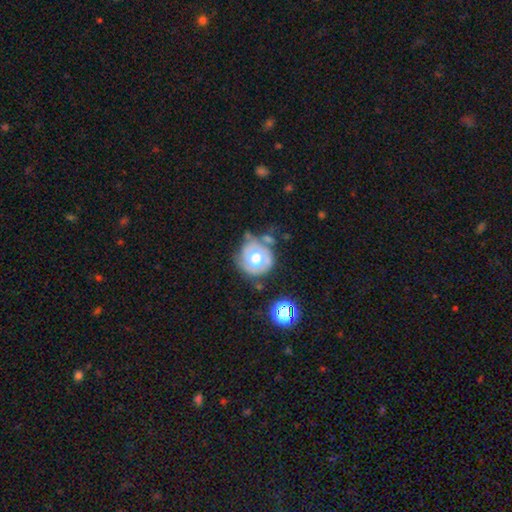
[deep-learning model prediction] Smooth or featured?
  - featured or disk: 54% *
  - smooth: 36%
  - star or artifact: 10%
Edge-on disk?
  - no: 96% *
  - yes: 4%
Bar?
  - no: 84% *
  - weak: 12%
  - strong: 4%
Spiral arms?
  - no: 51% *
  - yes: 49%
Bulge size?
  - moderate: 55% *
  - large: 37%
  - dominant: 4%
  - small: 3%
  - none: 1%
Merging?
  - none: 57% *
  - minor disturbance: 24%
  - major disturbance: 12%
  - merger: 7%